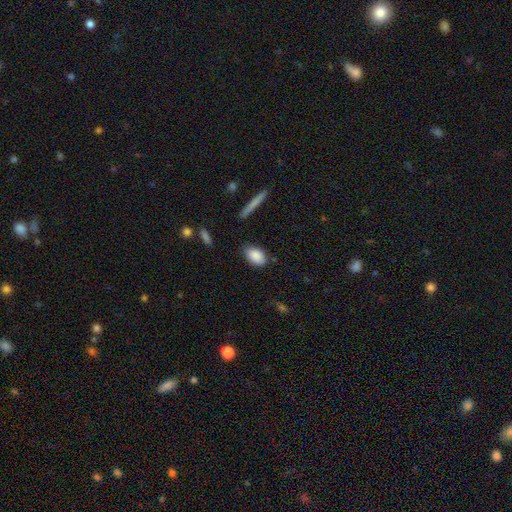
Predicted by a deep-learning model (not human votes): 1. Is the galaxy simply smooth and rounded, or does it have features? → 87% smooth, 7% star or artifact, 6% featured or disk.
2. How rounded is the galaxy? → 89% in between, 9% round, 2% cigar-shaped.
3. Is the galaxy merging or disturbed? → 78% none, 16% minor disturbance, 4% major disturbance, 2% merger.